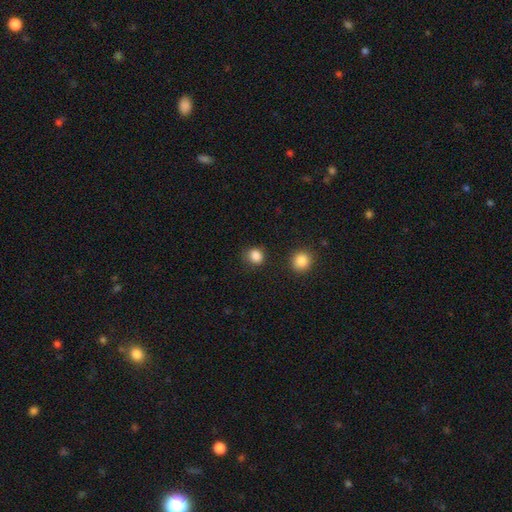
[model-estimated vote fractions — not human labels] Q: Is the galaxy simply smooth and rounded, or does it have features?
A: smooth — 86%.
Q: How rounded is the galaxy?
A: round — 73%.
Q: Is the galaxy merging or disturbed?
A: none — 79%.